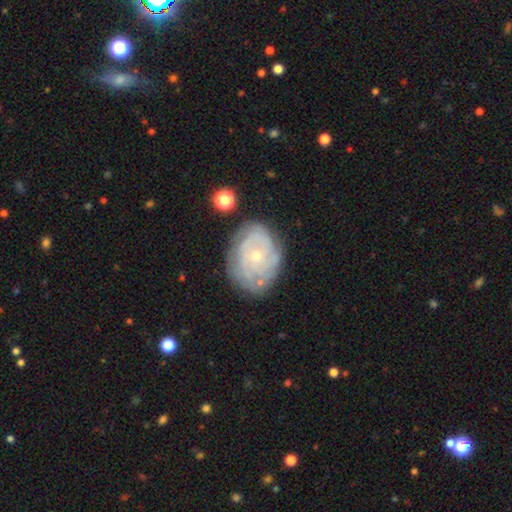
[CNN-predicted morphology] Smooth or featured? Predicted: featured or disk (p=0.74). Edge-on disk? Predicted: no (p=0.97). Bar? Predicted: no (p=0.83). Spiral arms? Predicted: yes (p=0.81). Spiral winding? Predicted: tight (p=0.73). Spiral arm count? Predicted: can't tell (p=0.53). Bulge size? Predicted: small (p=0.75). Merging? Predicted: none (p=0.72).